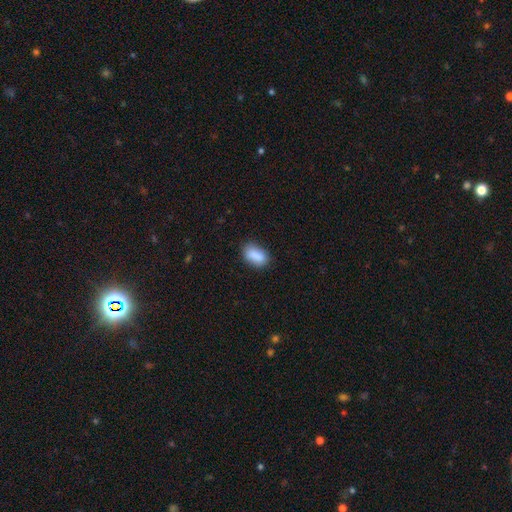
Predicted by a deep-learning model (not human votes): A smooth galaxy with no disk features (86%) that is in between round and cigar-shaped (89%).

Vote fractions:
- Smooth or featured? smooth: 86% / star or artifact: 8% / featured or disk: 6%
- How rounded? in between: 89% / round: 7% / cigar-shaped: 4%
- Merging? none: 74% / minor disturbance: 19% / major disturbance: 4% / merger: 3%